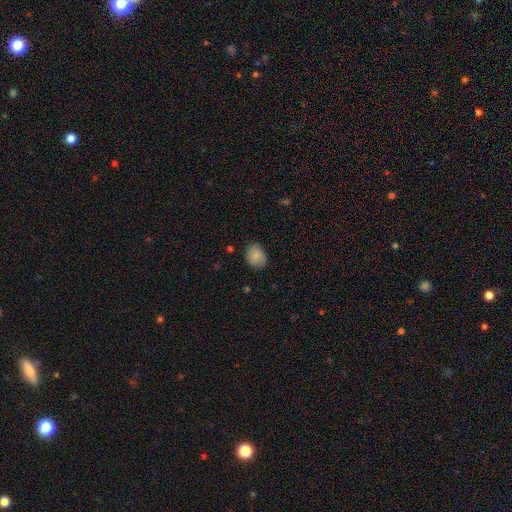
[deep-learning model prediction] Smooth or featured? smooth (84%)
How rounded? in between (56%)
Merging? none (76%)